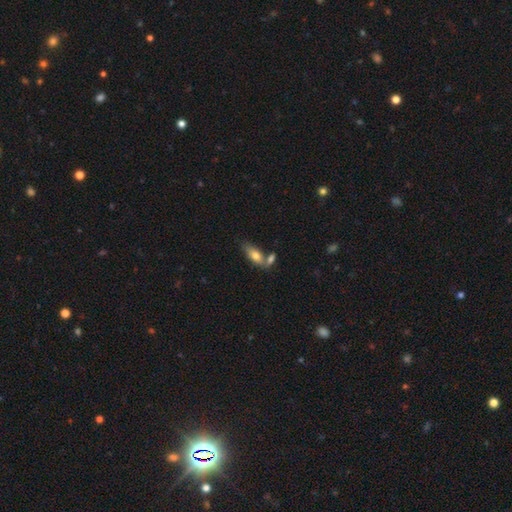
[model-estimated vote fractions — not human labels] This is likely a smooth galaxy (71%). How rounded: likely in between (77%). Merging: possibly none (48%).